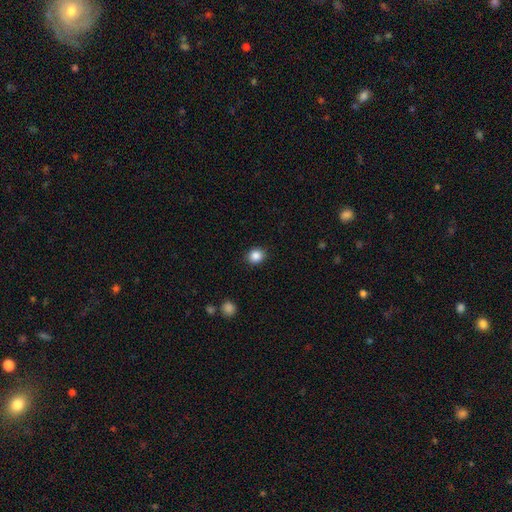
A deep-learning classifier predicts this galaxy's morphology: type=smooth (86%); roundness=round (77%); merging=none (89%).